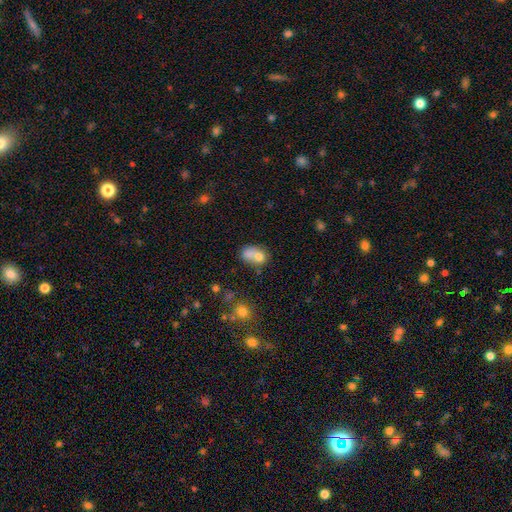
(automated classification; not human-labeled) Overall: smooth (70%). How rounded: in between (56%; round 42%). Merging: merger (56%; none 25%).